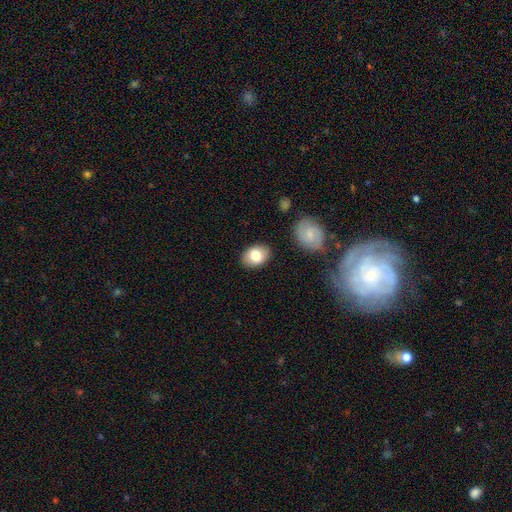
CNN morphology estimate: smooth 77%, featured or disk 15%, star or artifact 7%. Down the decision tree: how rounded — in between (72%); merging — none (85%).